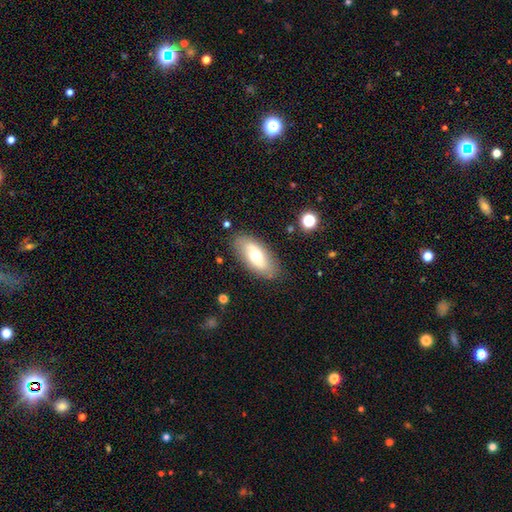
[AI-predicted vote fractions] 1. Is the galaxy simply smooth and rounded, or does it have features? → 58% smooth, 35% featured or disk, 7% star or artifact.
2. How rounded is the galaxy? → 89% in between, 8% cigar-shaped, 3% round.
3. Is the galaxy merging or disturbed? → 82% none, 12% minor disturbance, 4% major disturbance, 2% merger.